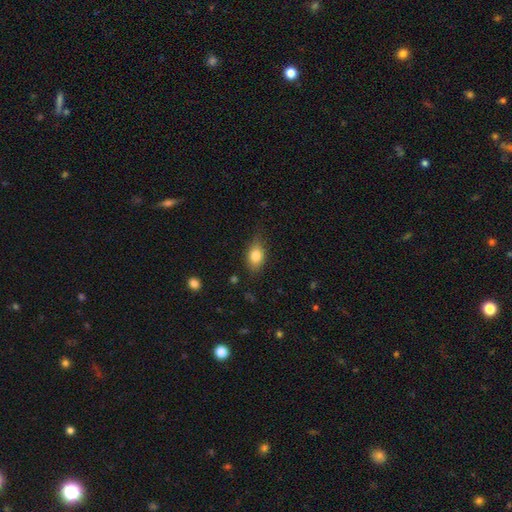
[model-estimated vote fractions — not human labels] Smooth or featured: smooth — 81% (featured or disk — 11%)
How rounded: in between — 81% (round — 16%)
Merging: none — 74% (minor disturbance — 20%)